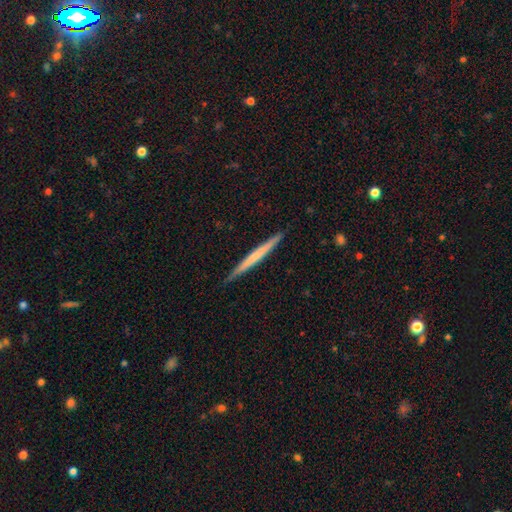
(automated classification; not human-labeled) Smooth or featured: smooth — 48% (featured or disk — 47%)
Merging: none — 90% (minor disturbance — 7%)